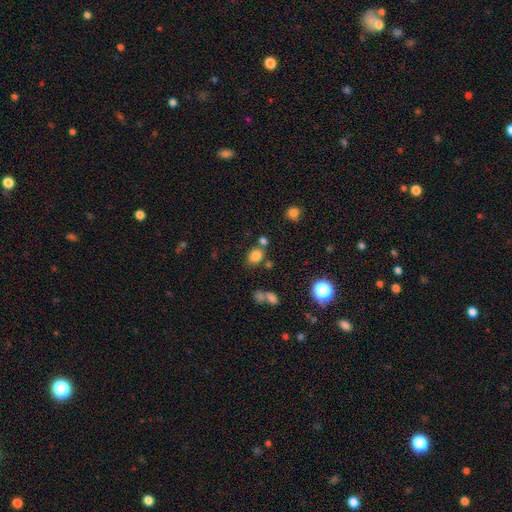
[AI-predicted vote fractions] This appears to be a smooth galaxy with no disk features (80%) that is in between round and cigar-shaped (58%). Merging: none (67%).